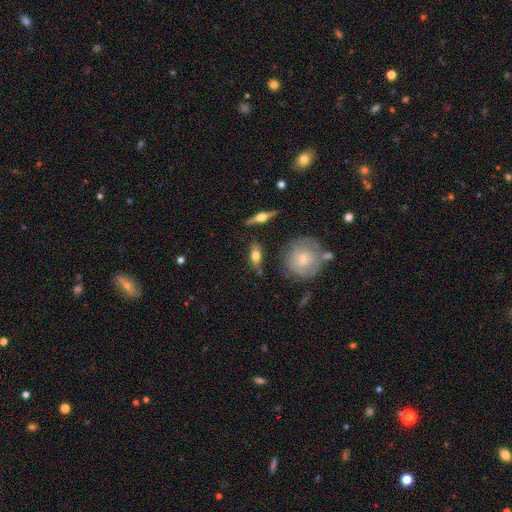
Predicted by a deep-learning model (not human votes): smooth 60%, featured or disk 32%, star or artifact 8%. Down the decision tree: how rounded — in between (70%); merging — none (77%).